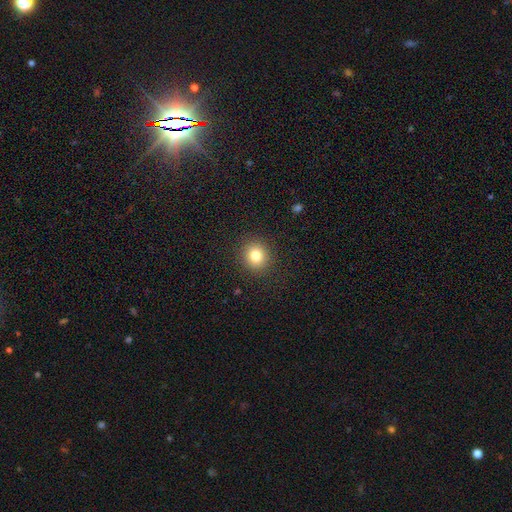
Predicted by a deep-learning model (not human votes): Smooth or featured?
  - smooth: 80% *
  - star or artifact: 12%
  - featured or disk: 8%
How rounded?
  - round: 86% *
  - in between: 13%
  - cigar-shaped: 1%
Merging?
  - none: 90% *
  - minor disturbance: 6%
  - major disturbance: 3%
  - merger: 1%